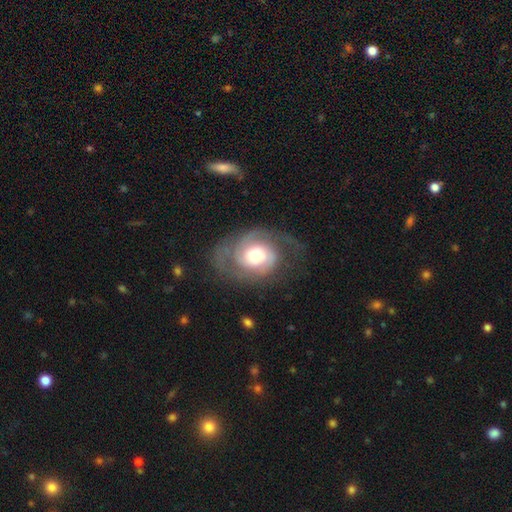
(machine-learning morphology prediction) Overall: featured or disk (78%). Edge-on disk: no (98%). Bar: no (69%). Spiral arms: yes (93%). Spiral arm count: 2 (70%). Spiral winding: medium (43%; tight 42%). Bulge size: moderate (47%; large 37%). Merging: none (61%).